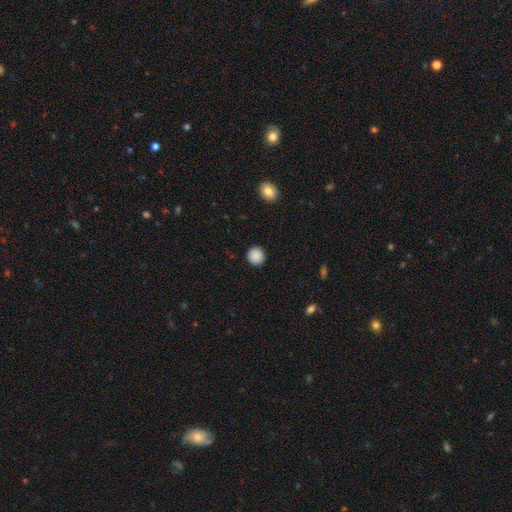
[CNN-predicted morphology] Smooth or featured?
  - smooth: 89% *
  - star or artifact: 9%
  - featured or disk: 3%
How rounded?
  - round: 94% *
  - in between: 5%
  - cigar-shaped: 1%
Merging?
  - none: 92% *
  - minor disturbance: 5%
  - major disturbance: 2%
  - merger: 1%